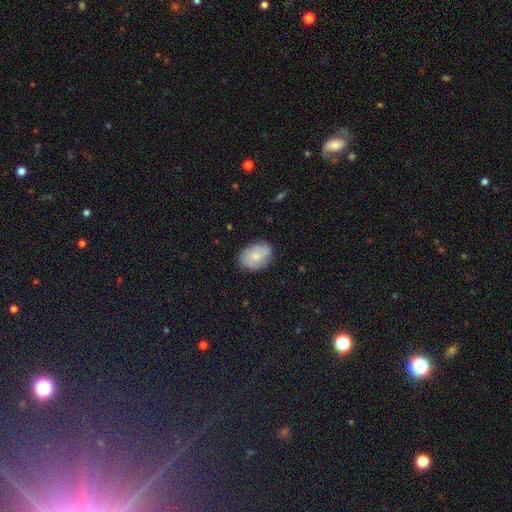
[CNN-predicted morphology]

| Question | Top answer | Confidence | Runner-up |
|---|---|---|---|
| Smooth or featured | smooth | 73% | featured or disk (21%) |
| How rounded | in between | 80% | round (19%) |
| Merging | none | 77% | minor disturbance (17%) |